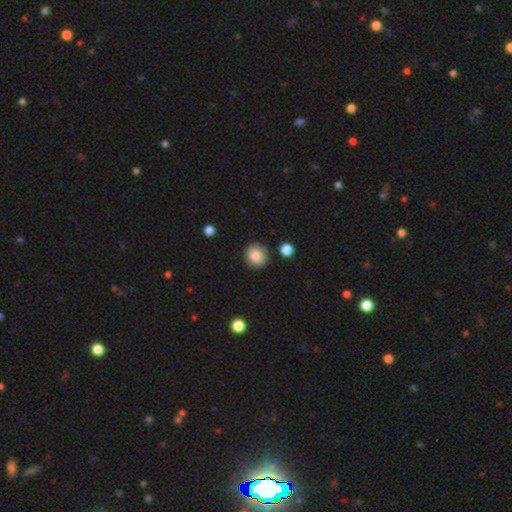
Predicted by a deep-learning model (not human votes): A smooth galaxy with no disk features (81%) that is round (85%).

Vote fractions:
- Smooth or featured? smooth: 81% / featured or disk: 10% / star or artifact: 9%
- How rounded? round: 85% / in between: 14% / cigar-shaped: 1%
- Merging? none: 84% / minor disturbance: 11% / major disturbance: 3% / merger: 2%